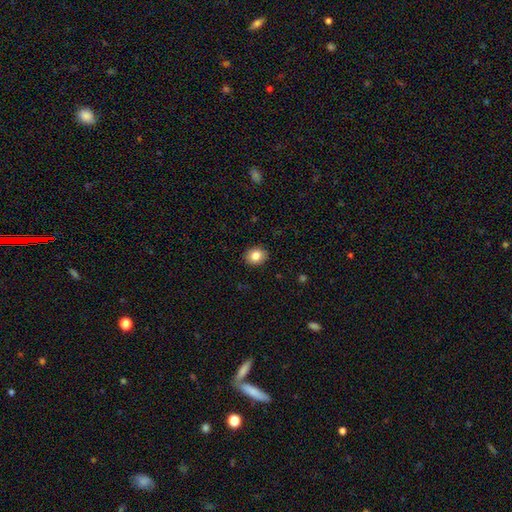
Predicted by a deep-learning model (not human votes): Smooth or featured? Predicted: smooth (p=0.84). How rounded? Predicted: round (p=0.55). Merging? Predicted: none (p=0.90).